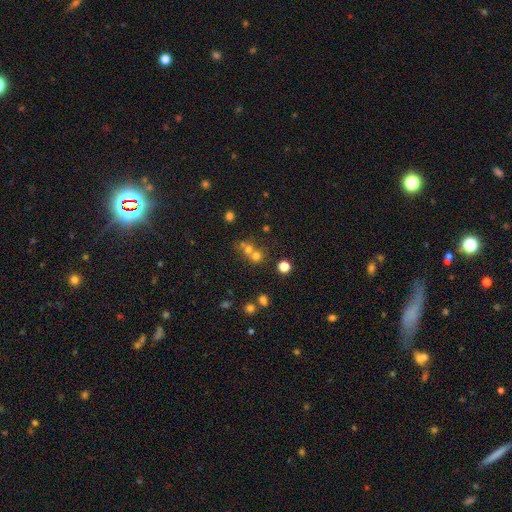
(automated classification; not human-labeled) Smooth or featured: smooth — 64% (star or artifact — 22%)
How rounded: round — 84% (in between — 15%)
Merging: merger — 48% (none — 42%)